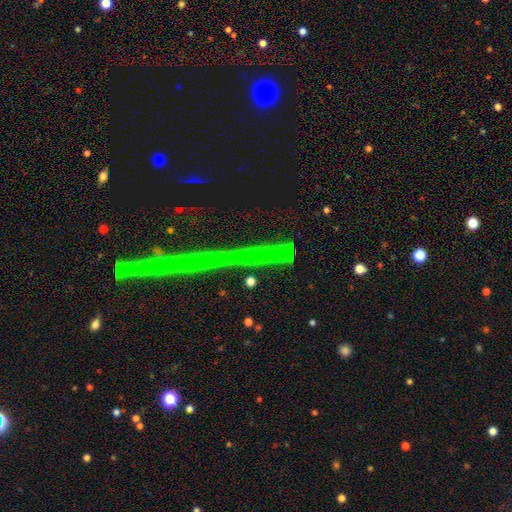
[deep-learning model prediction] Q: Smooth or featured?
A: star or artifact (77%); runner-up: featured or disk (15%)